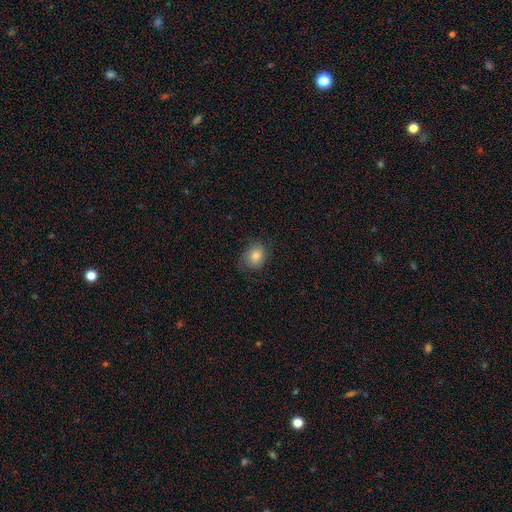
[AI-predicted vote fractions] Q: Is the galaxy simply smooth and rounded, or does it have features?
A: smooth — 77%.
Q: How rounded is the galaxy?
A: round — 58%.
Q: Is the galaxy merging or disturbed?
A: none — 73%.